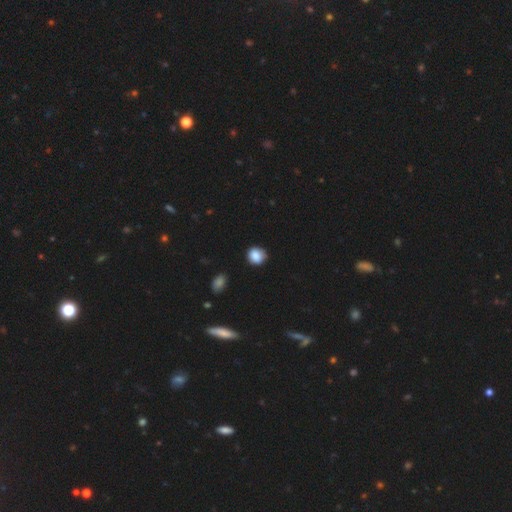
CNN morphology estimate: type=smooth (86%); roundness=round (82%); merging=none (80%).